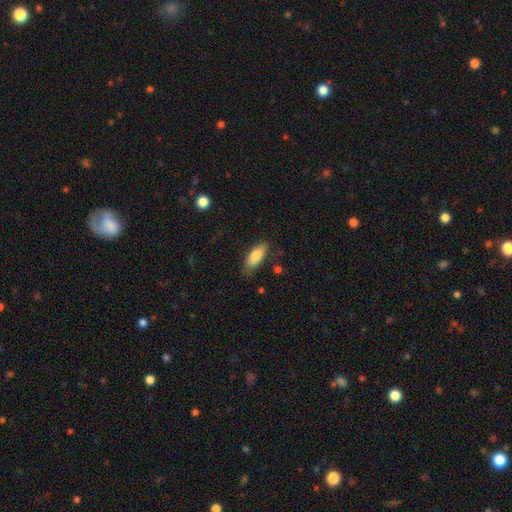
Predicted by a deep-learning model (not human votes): Q: Smooth or featured?
A: smooth (83%); runner-up: featured or disk (11%)
Q: How rounded?
A: in between (75%); runner-up: cigar-shaped (23%)
Q: Merging?
A: none (77%); runner-up: minor disturbance (17%)